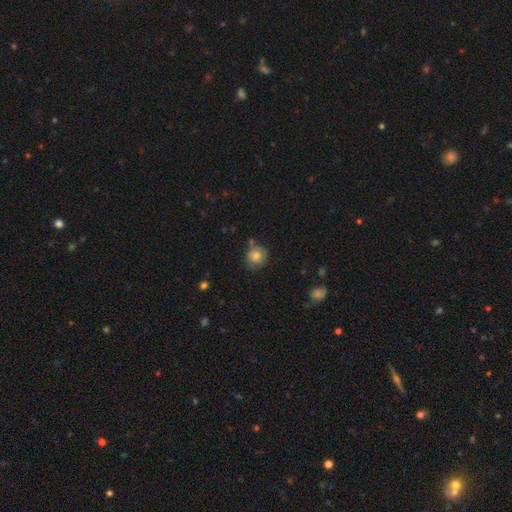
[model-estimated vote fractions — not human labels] smooth-or-featured: smooth: 81% | featured or disk: 10% | star or artifact: 9%
  how-rounded: round: 88% | in between: 11% | cigar-shaped: 1%
  merging: none: 73% | minor disturbance: 16% | merger: 7% | major disturbance: 4%